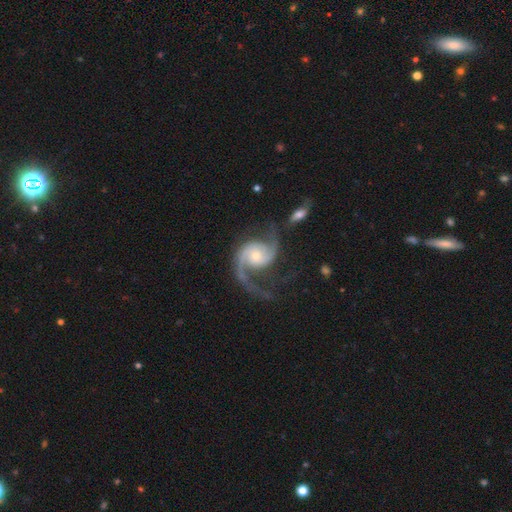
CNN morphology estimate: The model was most divided on "bulge size": small: 49%, moderate: 41%, large: 5%, none: 3%, dominant: 1%. More confident: edge-on disk — no (98%); spiral arms — yes (98%); smooth or featured — featured or disk (91%); spiral arm count — 2 (85%); bar — no (64%); merging — none (56%); spiral winding — loose (51%).